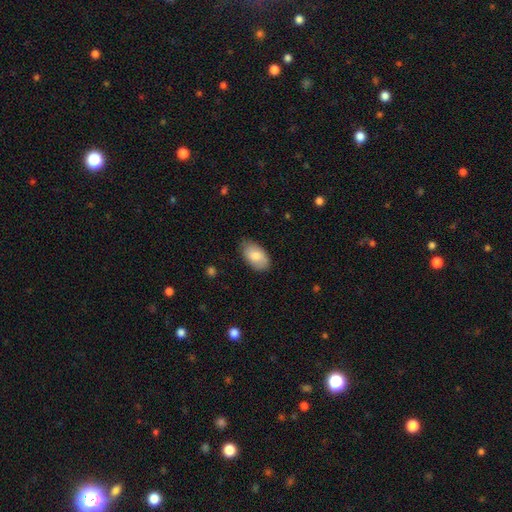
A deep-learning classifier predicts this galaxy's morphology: type=smooth (79%); roundness=in between (94%); merging=none (75%).